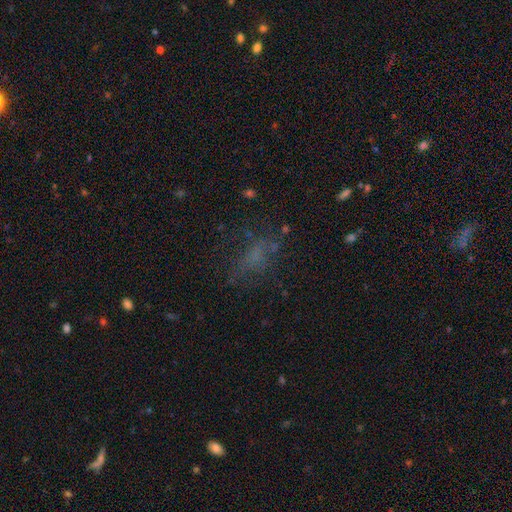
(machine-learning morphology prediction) Smooth or featured? Predicted: smooth (p=0.48). Merging? Predicted: none (p=0.55).